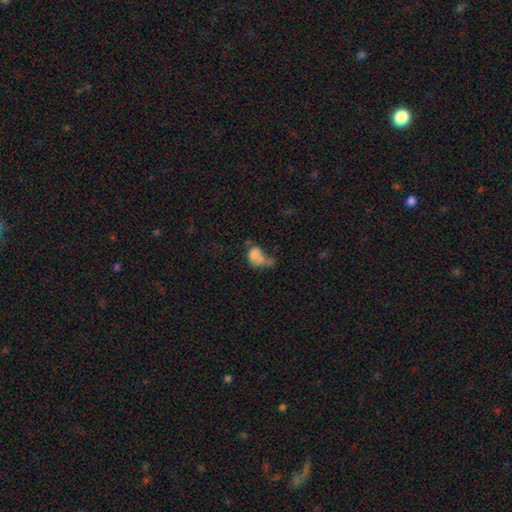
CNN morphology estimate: smooth-or-featured: smooth: 70% | featured or disk: 18% | star or artifact: 11%
  how-rounded: in between: 64% | round: 34% | cigar-shaped: 2%
  merging: merger: 43% | major disturbance: 26% | none: 17% | minor disturbance: 14%